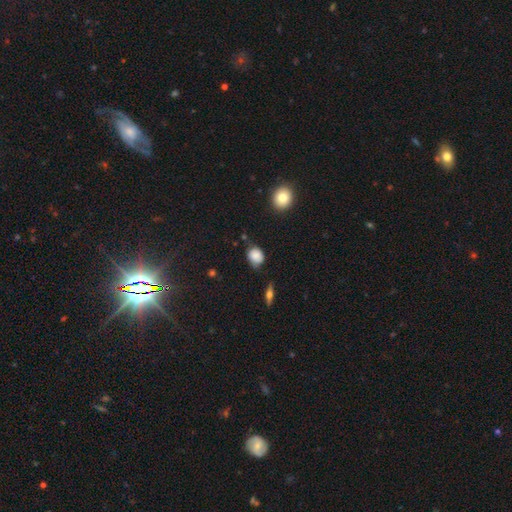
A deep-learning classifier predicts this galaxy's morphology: smooth-or-featured: smooth: 79% | featured or disk: 11% | star or artifact: 10%
  how-rounded: in between: 50% | round: 49% | cigar-shaped: 2%
  merging: none: 60% | minor disturbance: 31% | major disturbance: 7% | merger: 3%